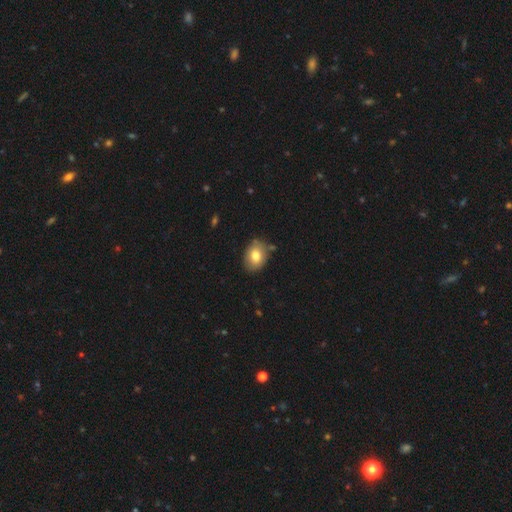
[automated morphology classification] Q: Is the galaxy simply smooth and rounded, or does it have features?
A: smooth — 78%.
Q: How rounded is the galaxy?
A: in between — 67%.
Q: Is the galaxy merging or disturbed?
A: none — 77%.